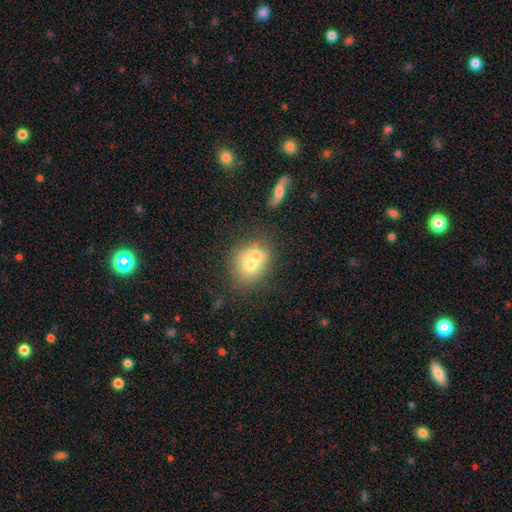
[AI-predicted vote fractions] Q: Smooth or featured?
A: smooth (65%); runner-up: featured or disk (25%)
Q: How rounded?
A: round (65%); runner-up: in between (34%)
Q: Merging?
A: merger (55%); runner-up: none (30%)